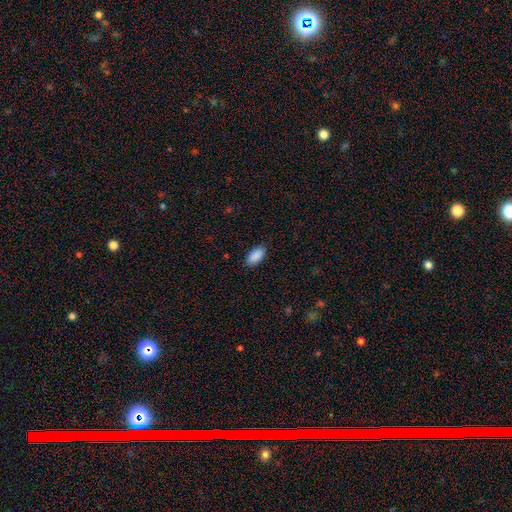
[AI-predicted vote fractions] A smooth galaxy with no disk features (91%) that is in between round and cigar-shaped (93%). Merging: none (87%).